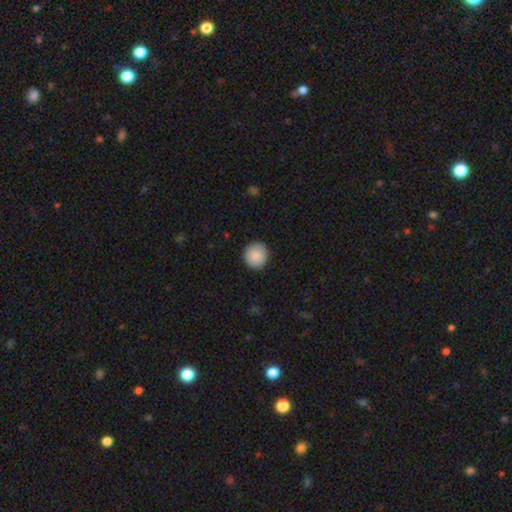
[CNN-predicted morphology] A smooth galaxy with no disk features (90%) that is round (93%). Merging: none (90%).